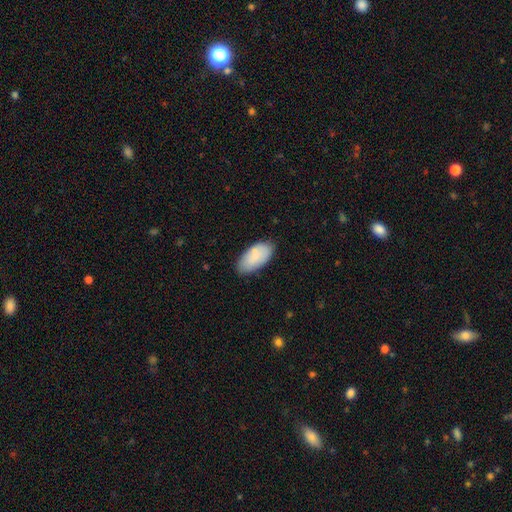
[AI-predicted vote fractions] This appears to be a smooth galaxy with no disk features (82%) that is in between round and cigar-shaped (95%). Merging: none (78%).